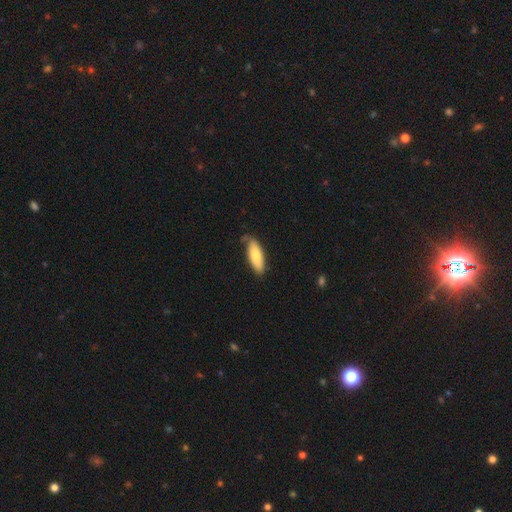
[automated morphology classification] The model was most divided on "how rounded": in between: 68%, cigar-shaped: 30%, round: 2%. More confident: smooth or featured — smooth (77%); merging — none (68%).